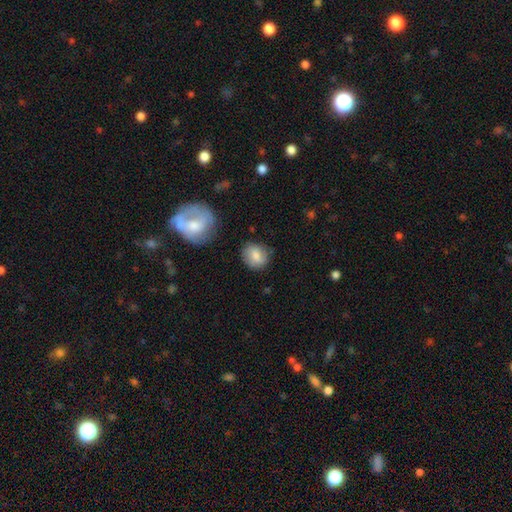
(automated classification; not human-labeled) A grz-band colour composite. It shows a smooth galaxy with no disk features (79%) that is round (70%). Merging: none (76%).